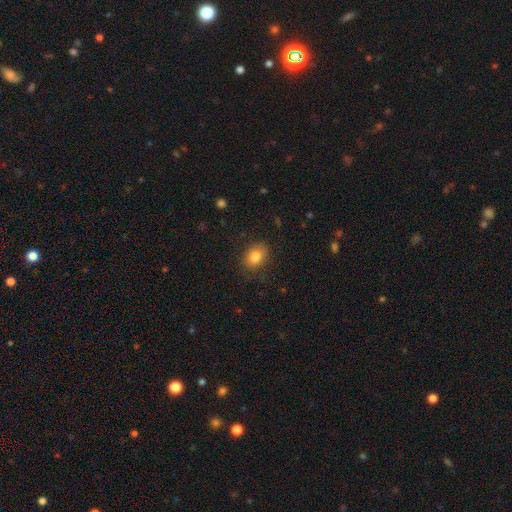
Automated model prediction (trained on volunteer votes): Smooth or featured?
  - smooth: 84% *
  - star or artifact: 9%
  - featured or disk: 7%
How rounded?
  - in between: 72% *
  - round: 27%
  - cigar-shaped: 1%
Merging?
  - none: 82% *
  - minor disturbance: 13%
  - major disturbance: 4%
  - merger: 1%